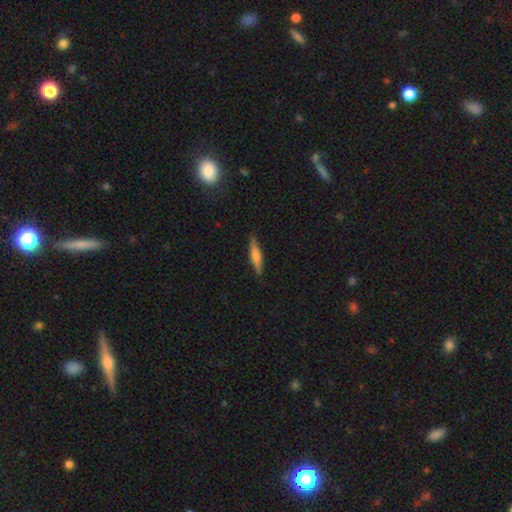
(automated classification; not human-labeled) Q: Smooth or featured?
A: smooth (52%); runner-up: featured or disk (42%)
Q: How rounded?
A: cigar-shaped (87%); runner-up: in between (12%)
Q: Merging?
A: none (88%); runner-up: minor disturbance (9%)